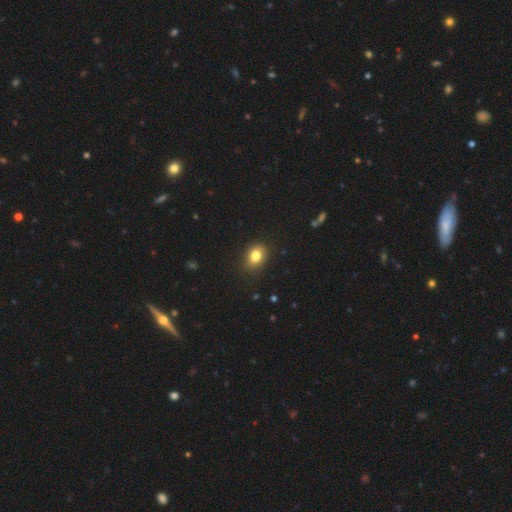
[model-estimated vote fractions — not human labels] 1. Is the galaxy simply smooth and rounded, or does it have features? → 82% smooth, 10% star or artifact, 8% featured or disk.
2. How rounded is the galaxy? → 63% in between, 36% round, 1% cigar-shaped.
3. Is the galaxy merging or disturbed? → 86% none, 10% minor disturbance, 2% major disturbance, 1% merger.